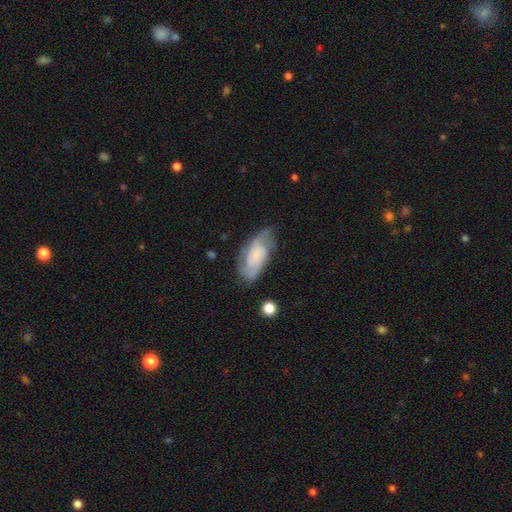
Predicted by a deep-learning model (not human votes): smooth_or_featured: featured or disk (p=0.66) [alt: smooth p=0.27]
disk_edge_on: no (p=0.94) [alt: yes p=0.06]
bar: no (p=0.65) [alt: weak p=0.29]
has_spiral_arms: yes (p=0.91) [alt: no p=0.09]
spiral_winding: medium (p=0.44) [alt: tight p=0.38]
spiral_arm_count: 2 (p=0.55) [alt: can't tell p=0.23]
bulge_size: small (p=0.53) [alt: none p=0.23]
merging: none (p=0.65) [alt: minor disturbance p=0.23]